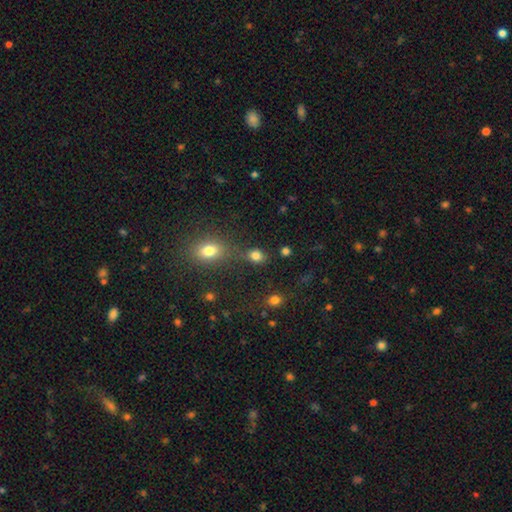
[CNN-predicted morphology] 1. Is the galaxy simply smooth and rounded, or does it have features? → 80% smooth, 14% star or artifact, 6% featured or disk.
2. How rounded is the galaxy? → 52% in between, 47% round, 2% cigar-shaped.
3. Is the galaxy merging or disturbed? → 66% none, 15% merger, 13% minor disturbance, 5% major disturbance.